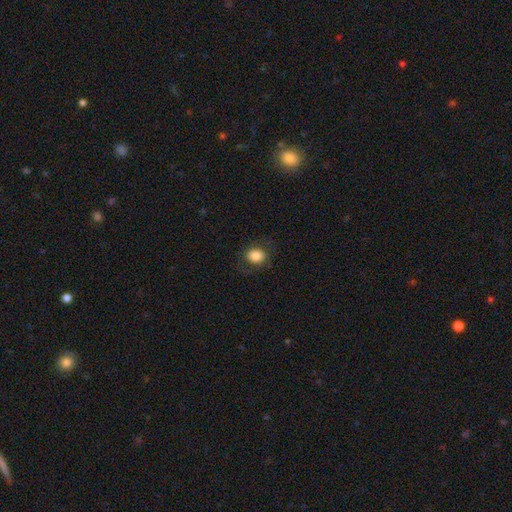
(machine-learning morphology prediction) Overall: smooth (82%). How rounded: round (53%; in between 46%). Merging: none (79%).